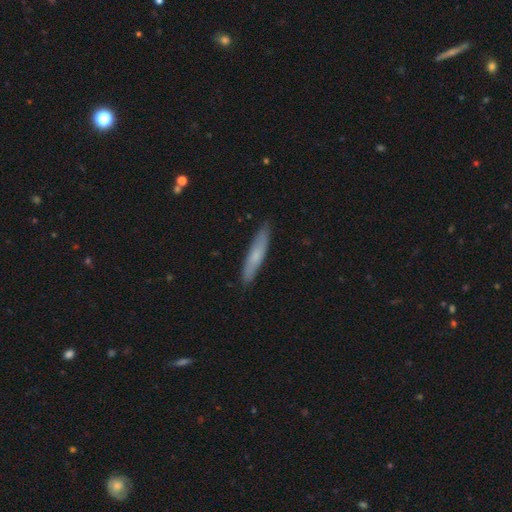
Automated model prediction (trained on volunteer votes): This appears to be a smooth galaxy with no disk features (65%) that is cigar-shaped (89%). Merging: none (87%).